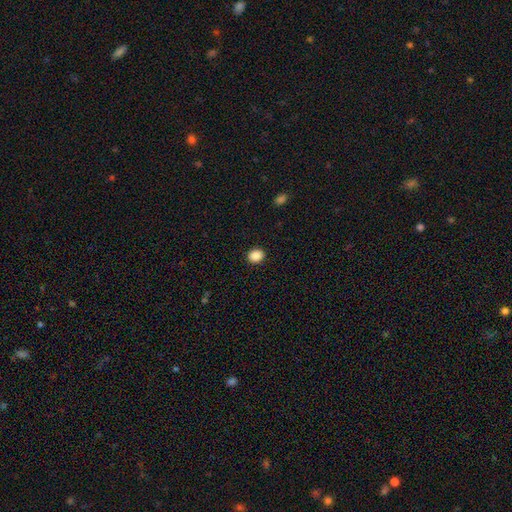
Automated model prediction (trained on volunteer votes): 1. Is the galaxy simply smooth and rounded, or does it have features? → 89% smooth, 9% star or artifact, 2% featured or disk.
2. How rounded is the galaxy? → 65% round, 34% in between, 1% cigar-shaped.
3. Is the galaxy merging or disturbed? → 91% none, 6% minor disturbance, 2% major disturbance, 1% merger.